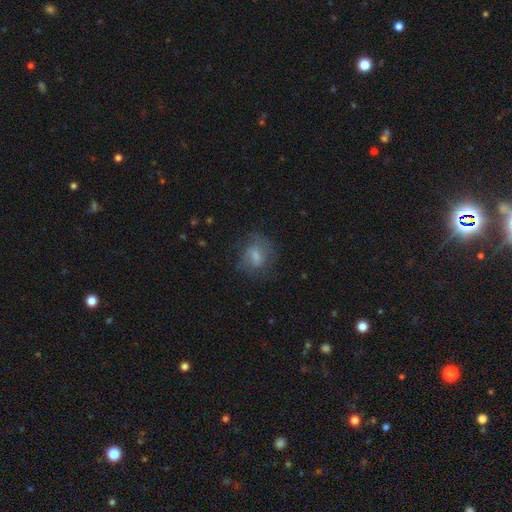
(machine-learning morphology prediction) A smooth galaxy with no disk features (57%) that is in between round and cigar-shaped (51%).

Vote fractions:
- Smooth or featured? smooth: 57% / featured or disk: 32% / star or artifact: 11%
- How rounded? in between: 51% / round: 47% / cigar-shaped: 3%
- Merging? none: 56% / minor disturbance: 24% / major disturbance: 18% / merger: 2%